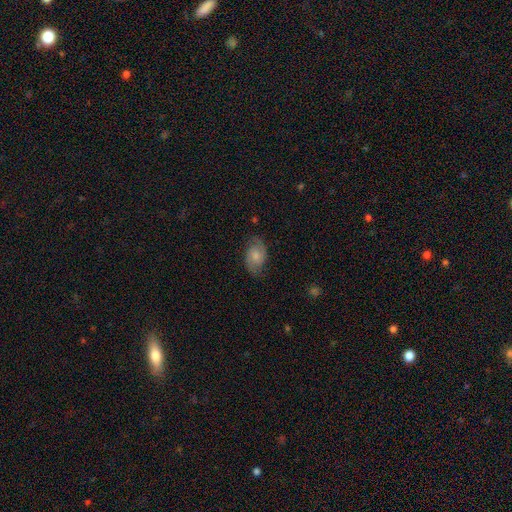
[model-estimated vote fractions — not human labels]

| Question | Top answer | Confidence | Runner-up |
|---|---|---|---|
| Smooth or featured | featured or disk | 56% | smooth (36%) |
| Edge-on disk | no | 96% | yes (4%) |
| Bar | no | 66% | weak (30%) |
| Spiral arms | yes | 91% | no (9%) |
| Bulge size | moderate | 45% | small (38%) |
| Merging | none | 75% | minor disturbance (18%) |